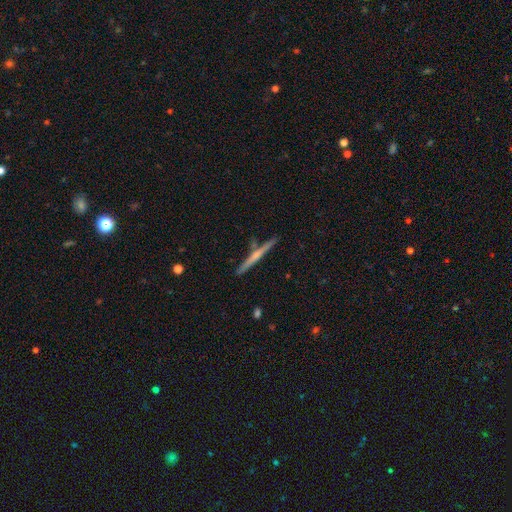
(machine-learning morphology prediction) smooth-or-featured: featured or disk: 63% | smooth: 31% | star or artifact: 6%
  disk-edge-on: yes: 98% | no: 2%
    edge-on-bulge: rounded: 57% | none: 36% | boxy: 7%
  merging: none: 86% | minor disturbance: 8% | merger: 4% | major disturbance: 2%